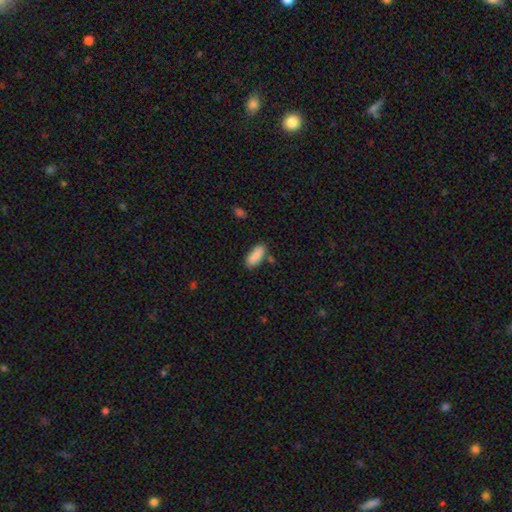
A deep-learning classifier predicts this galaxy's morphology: This is clearly a smooth galaxy (89%). How rounded: likely in between (77%). Merging: likely none (79%).